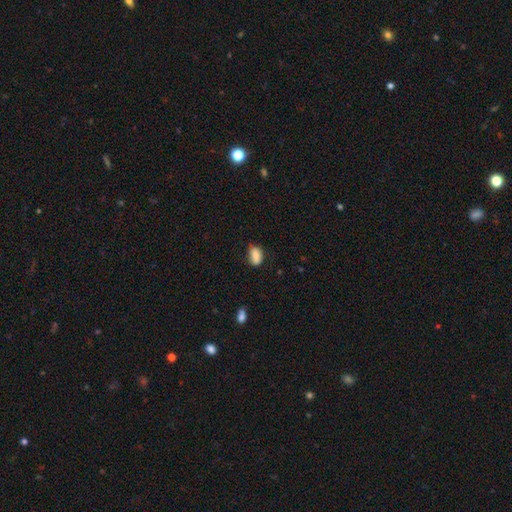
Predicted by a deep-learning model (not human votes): A smooth galaxy with no disk features (83%) that is in between round and cigar-shaped (87%).

Vote fractions:
- Smooth or featured? smooth: 83% / featured or disk: 8% / star or artifact: 8%
- How rounded? in between: 87% / round: 10% / cigar-shaped: 3%
- Merging? none: 65% / minor disturbance: 27% / major disturbance: 5% / merger: 3%